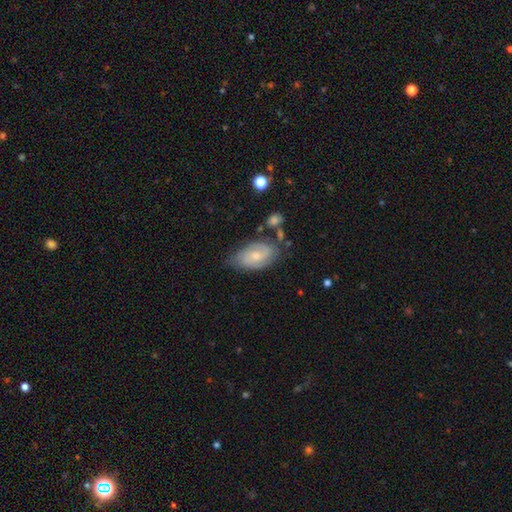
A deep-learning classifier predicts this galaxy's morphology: The model was most divided on "bulge size": small: 53%, moderate: 41%, none: 3%, large: 2%, dominant: 1%. More confident: edge-on disk — no (95%); spiral arms — yes (88%); merging — none (64%); bar — no (61%); smooth or featured — featured or disk (60%).